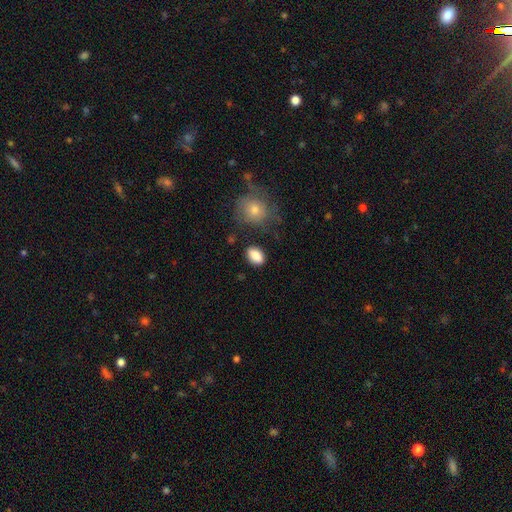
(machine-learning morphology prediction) type=smooth (87%); roundness=in between (86%); merging=none (81%).